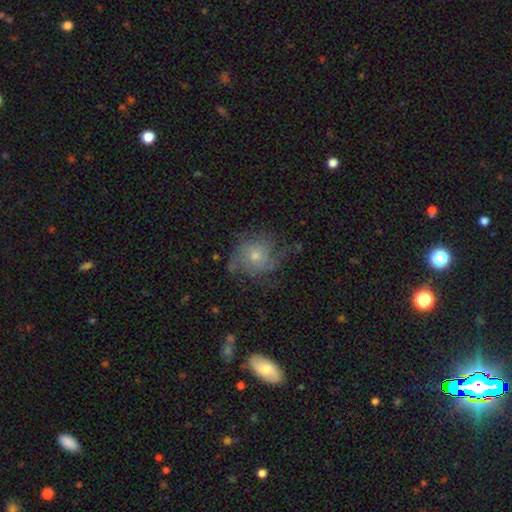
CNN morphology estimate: type=featured or disk (64%); edge-on=no (97%); bar=no (83%); spiral arms=yes (84%); winding=tight (41%); arm count=can't tell (39%); bulge=small (48%); merging=none (57%).